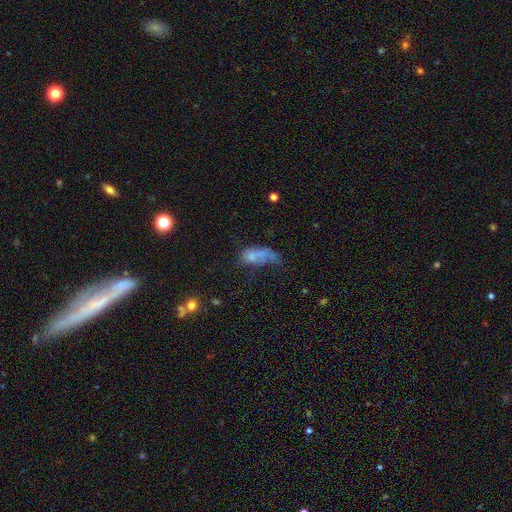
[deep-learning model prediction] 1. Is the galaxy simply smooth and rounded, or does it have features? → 56% smooth, 29% featured or disk, 15% star or artifact.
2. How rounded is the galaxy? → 78% in between, 14% cigar-shaped, 8% round.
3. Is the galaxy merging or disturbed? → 45% major disturbance, 21% none, 20% minor disturbance, 15% merger.